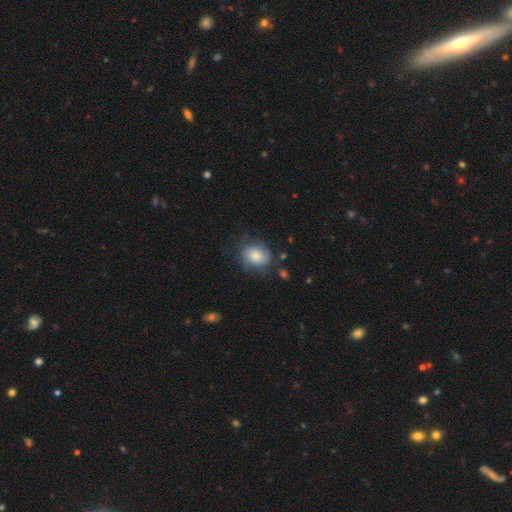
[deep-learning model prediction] This appears to be a smooth galaxy with no disk features (69%) that is round (59%). Merging: none (67%).